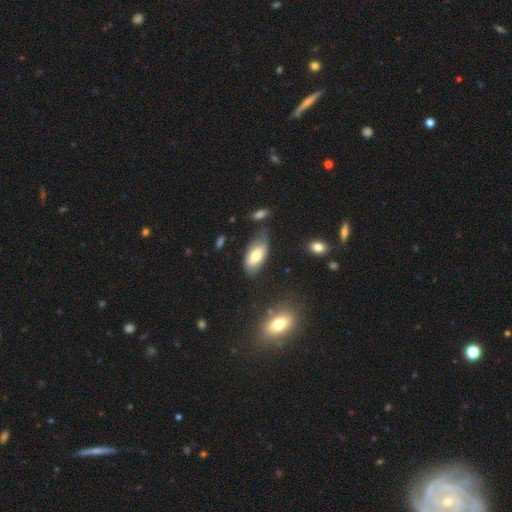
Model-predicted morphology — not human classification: type=smooth (66%); roundness=in between (91%); merging=none (52%).